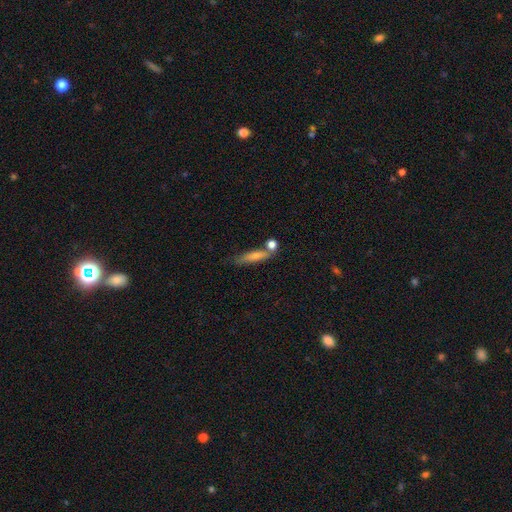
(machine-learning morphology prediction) This appears to be a smooth galaxy with no disk features (69%) that is cigar-shaped (75%). Merging: none (58%).